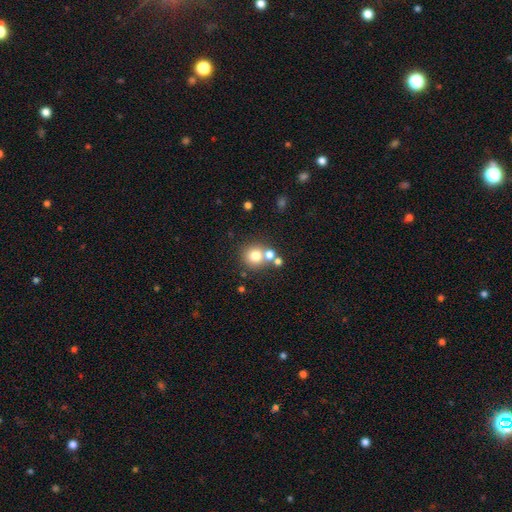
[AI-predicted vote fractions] smooth_or_featured: smooth (p=0.74) [alt: star or artifact p=0.13]
how_rounded: round (p=0.89) [alt: in between p=0.10]
merging: none (p=0.60) [alt: merger p=0.27]